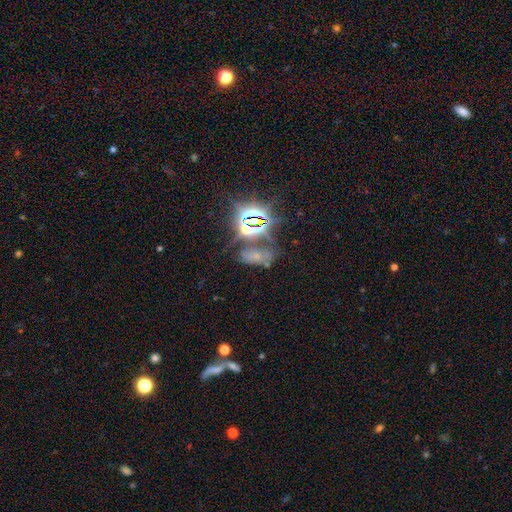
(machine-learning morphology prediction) smooth_or_featured: star or artifact (p=0.53) [alt: smooth p=0.27]